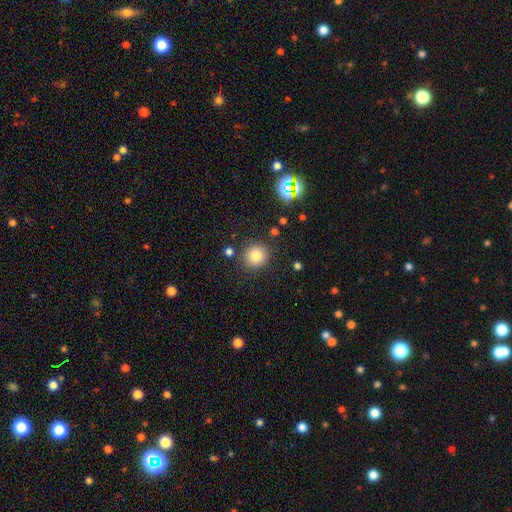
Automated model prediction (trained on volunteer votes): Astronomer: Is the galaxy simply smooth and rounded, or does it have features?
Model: smooth — 82%.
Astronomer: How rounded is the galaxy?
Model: round — 90%.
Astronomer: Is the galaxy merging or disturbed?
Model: none — 85%.